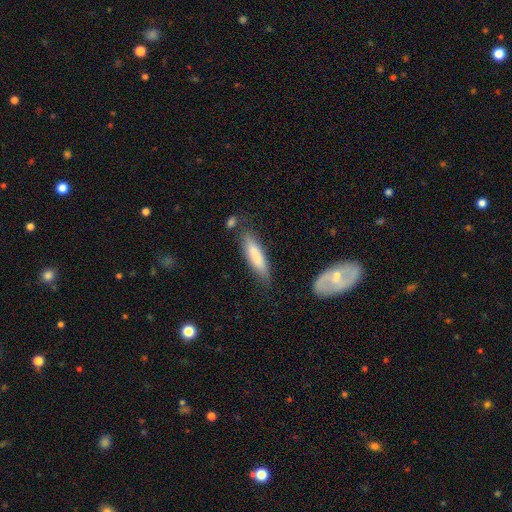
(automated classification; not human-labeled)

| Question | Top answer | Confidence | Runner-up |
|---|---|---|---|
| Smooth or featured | smooth | 76% | featured or disk (18%) |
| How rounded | cigar-shaped | 74% | in between (25%) |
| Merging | none | 74% | minor disturbance (17%) |